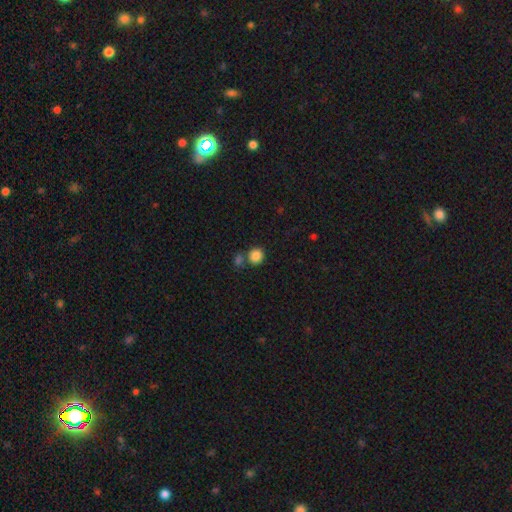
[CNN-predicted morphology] This appears to be a smooth galaxy with no disk features (86%) that is round (88%). Merging: none (66%).